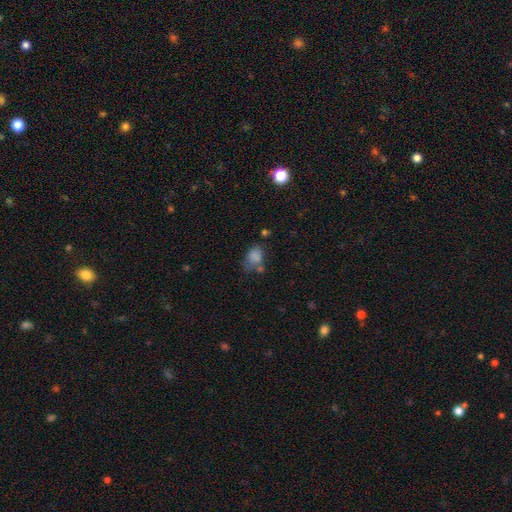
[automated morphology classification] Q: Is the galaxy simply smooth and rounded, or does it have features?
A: smooth — 74%.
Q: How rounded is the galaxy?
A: in between — 63%.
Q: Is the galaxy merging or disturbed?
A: none — 47%.